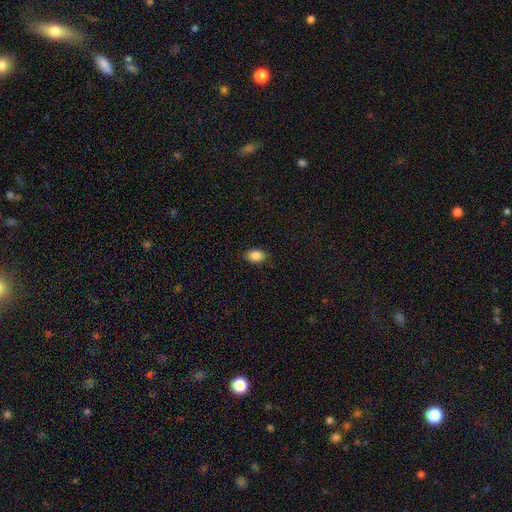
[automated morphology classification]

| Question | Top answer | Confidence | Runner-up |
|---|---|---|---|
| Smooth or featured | smooth | 87% | star or artifact (9%) |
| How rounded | in between | 70% | round (28%) |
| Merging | none | 84% | minor disturbance (13%) |